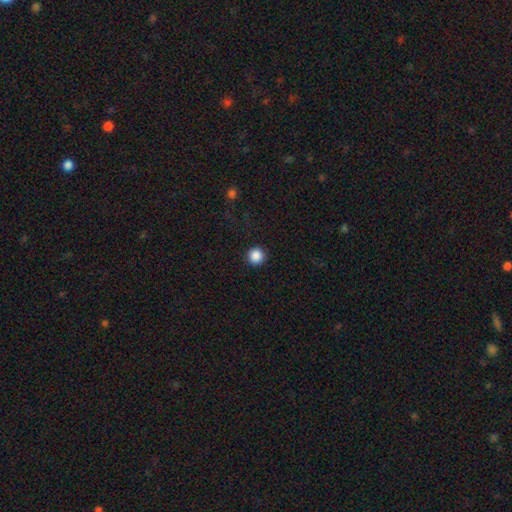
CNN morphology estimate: smooth-or-featured: smooth: 87% | star or artifact: 10% | featured or disk: 3%
  how-rounded: round: 97% | in between: 2% | cigar-shaped: 1%
  merging: none: 93% | minor disturbance: 5% | major disturbance: 2% | merger: 1%